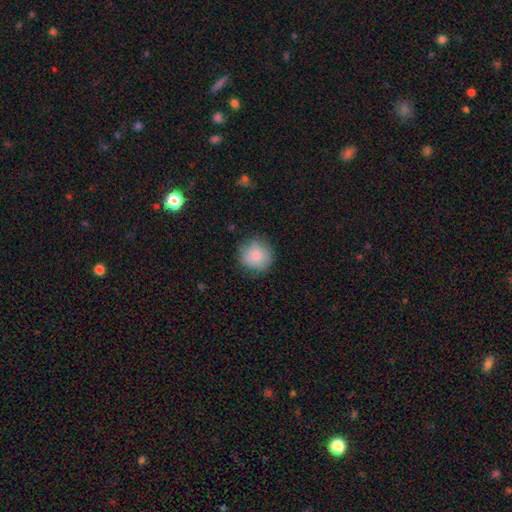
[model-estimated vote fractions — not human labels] Smooth or featured?
  - smooth: 84% *
  - featured or disk: 9%
  - star or artifact: 7%
How rounded?
  - round: 92% *
  - in between: 7%
  - cigar-shaped: 1%
Merging?
  - none: 79% *
  - minor disturbance: 16%
  - major disturbance: 4%
  - merger: 1%